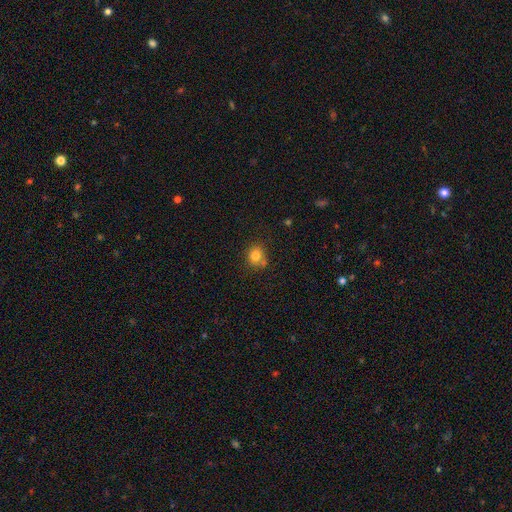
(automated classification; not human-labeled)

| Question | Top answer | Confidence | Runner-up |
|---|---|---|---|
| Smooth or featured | smooth | 81% | star or artifact (11%) |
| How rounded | round | 76% | in between (24%) |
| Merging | none | 69% | minor disturbance (15%) |